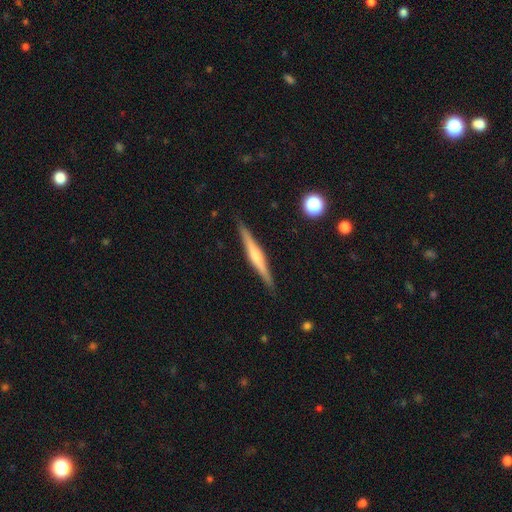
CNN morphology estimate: A featured or disk galaxy (68%) viewed edge-on (98%) with a rounded central bulge (74%). Merging: none (91%).